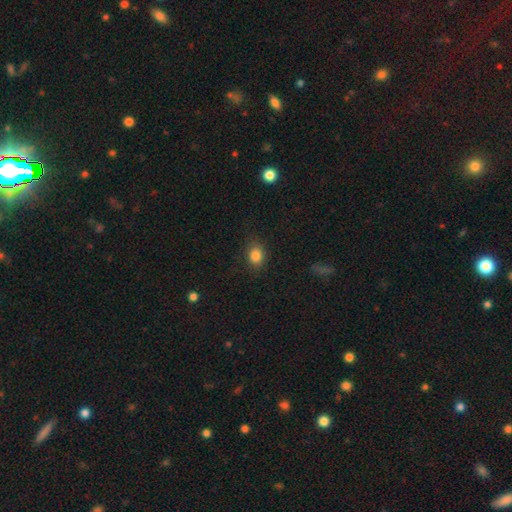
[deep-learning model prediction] This appears to be a smooth galaxy with no disk features (84%) that is in between round and cigar-shaped (57%). Merging: none (83%).